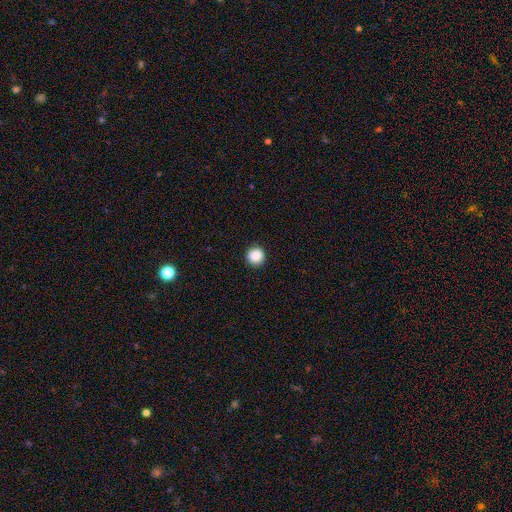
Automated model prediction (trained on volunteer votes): The model was most divided on "smooth or featured": smooth: 88%, star or artifact: 9%, featured or disk: 3%. More confident: how rounded — round (95%); merging — none (92%).